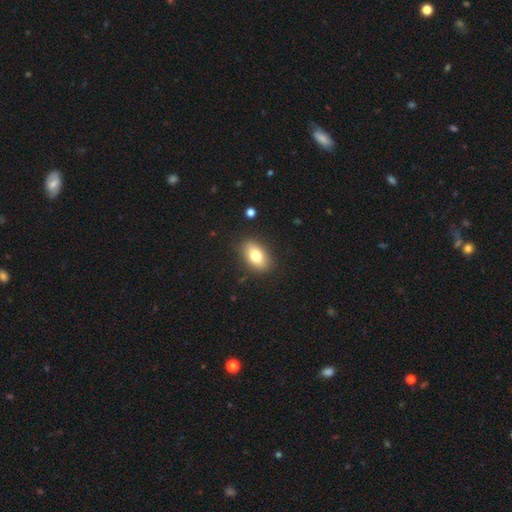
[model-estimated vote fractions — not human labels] A smooth galaxy with no disk features (75%) that is in between round and cigar-shaped (87%).

Vote fractions:
- Smooth or featured? smooth: 75% / featured or disk: 17% / star or artifact: 8%
- How rounded? in between: 87% / round: 10% / cigar-shaped: 4%
- Merging? none: 85% / minor disturbance: 11% / major disturbance: 3% / merger: 1%